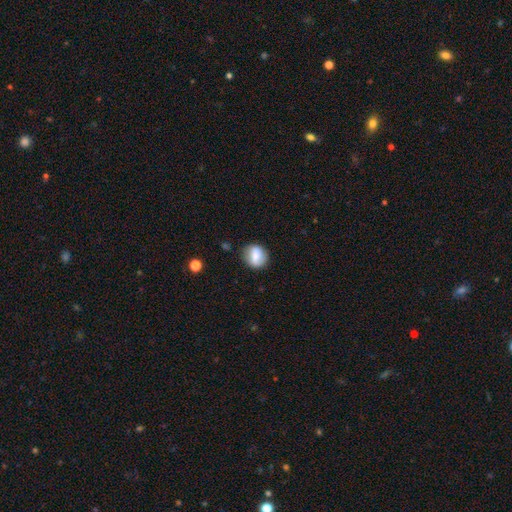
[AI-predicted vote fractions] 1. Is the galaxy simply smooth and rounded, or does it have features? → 64% smooth, 28% featured or disk, 8% star or artifact.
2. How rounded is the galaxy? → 78% round, 21% in between, 1% cigar-shaped.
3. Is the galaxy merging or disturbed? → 79% none, 15% minor disturbance, 4% major disturbance, 3% merger.